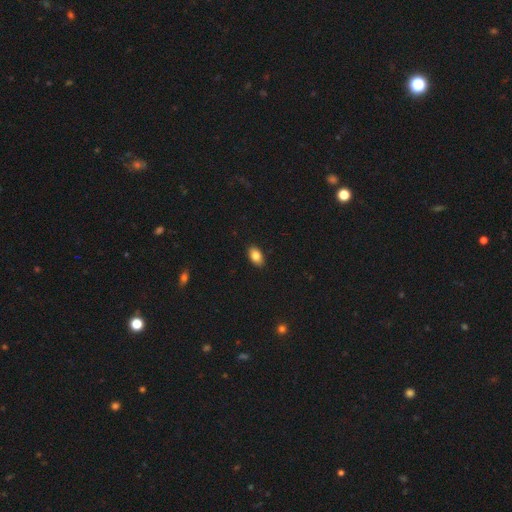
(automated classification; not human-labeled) Smooth or featured? Predicted: smooth (p=0.85). How rounded? Predicted: in between (p=0.90). Merging? Predicted: none (p=0.89).